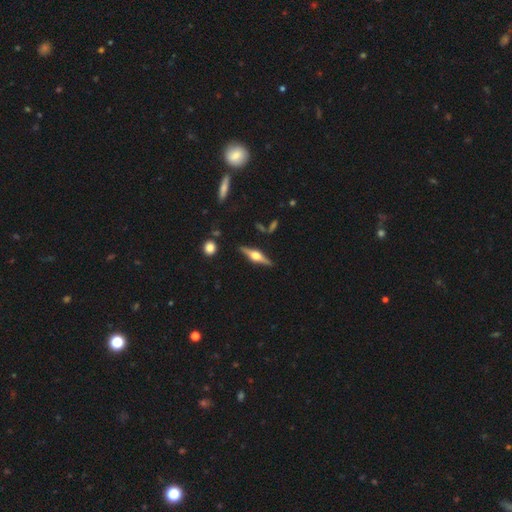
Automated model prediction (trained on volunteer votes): Overall: featured or disk (79%). Edge-on disk: yes (98%). Edge-on bulge: rounded (94%). Merging: none (87%).